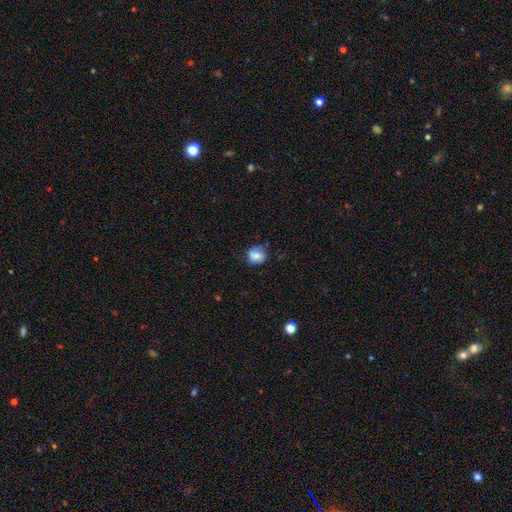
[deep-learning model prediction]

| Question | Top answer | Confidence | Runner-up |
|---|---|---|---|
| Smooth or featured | smooth | 71% | featured or disk (19%) |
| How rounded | round | 74% | in between (25%) |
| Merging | none | 66% | minor disturbance (25%) |